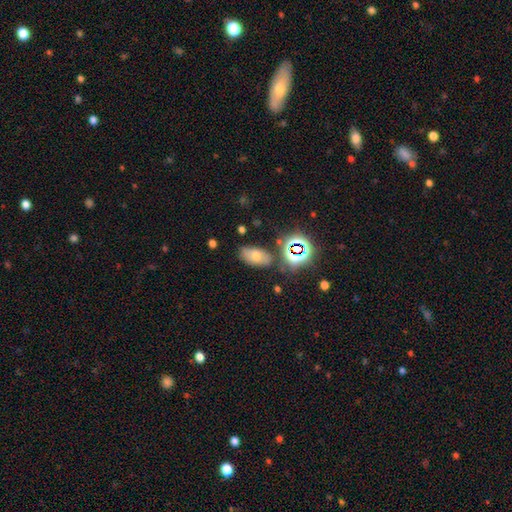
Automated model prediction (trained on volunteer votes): Overall: smooth (43%; star or artifact 37%). Merging: none (76%).